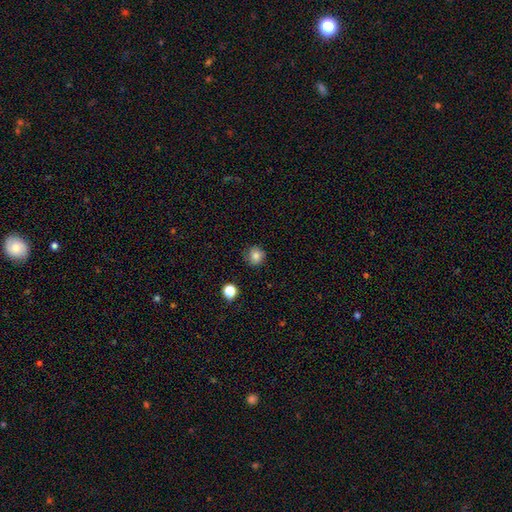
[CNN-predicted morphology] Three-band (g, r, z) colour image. It shows a smooth galaxy with no disk features (81%) that is round (91%). Merging: none (84%).